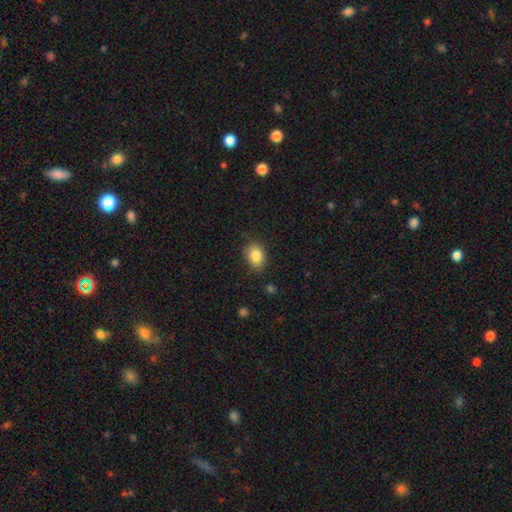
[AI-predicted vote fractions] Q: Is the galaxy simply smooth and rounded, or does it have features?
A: smooth — 85%.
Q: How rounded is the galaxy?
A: in between — 70%.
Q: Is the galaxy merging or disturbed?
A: none — 81%.